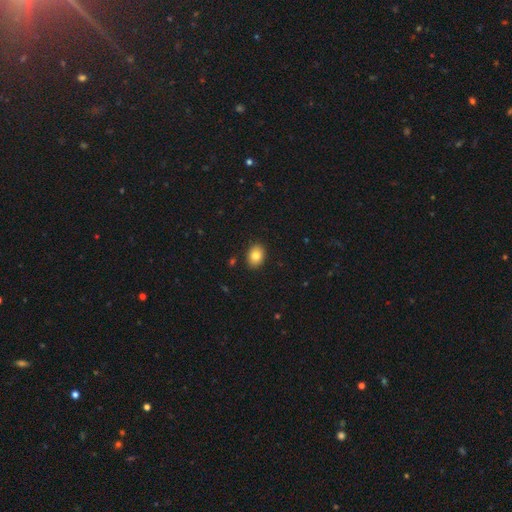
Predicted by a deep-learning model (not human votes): The model was most divided on "how rounded": in between: 68%, round: 31%, cigar-shaped: 1%. More confident: merging — none (90%); smooth or featured — smooth (82%).